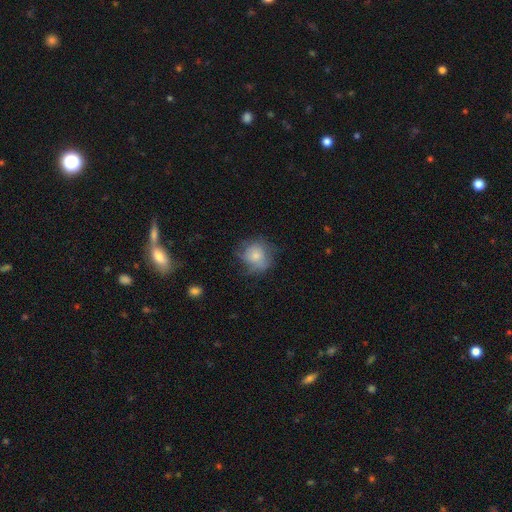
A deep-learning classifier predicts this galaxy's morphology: Q: Smooth or featured?
A: smooth (64%); runner-up: featured or disk (27%)
Q: How rounded?
A: round (82%); runner-up: in between (17%)
Q: Merging?
A: none (55%); runner-up: minor disturbance (27%)